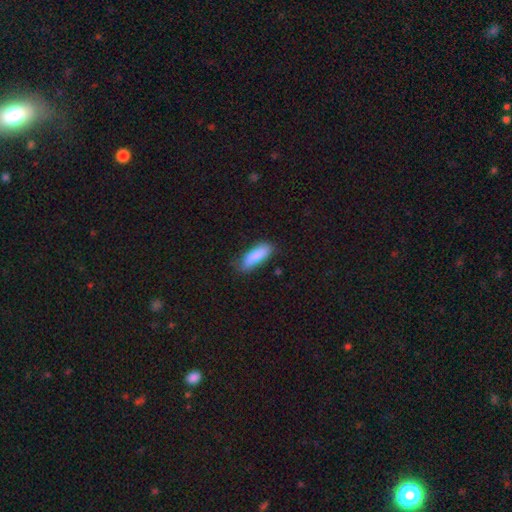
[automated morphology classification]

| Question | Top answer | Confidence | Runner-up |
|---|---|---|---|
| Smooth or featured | smooth | 86% | featured or disk (8%) |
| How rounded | in between | 55% | cigar-shaped (43%) |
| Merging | none | 70% | minor disturbance (24%) |